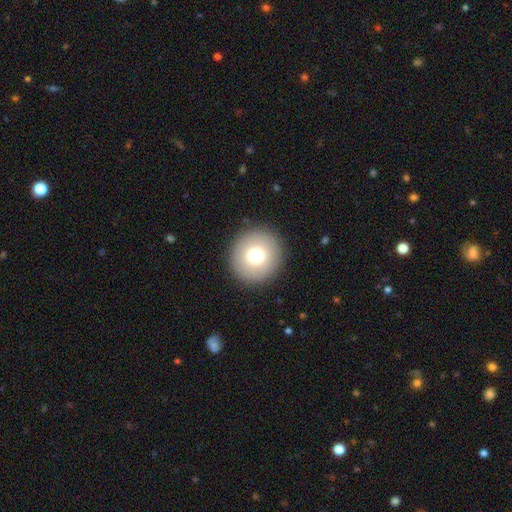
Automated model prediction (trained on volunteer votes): Smooth or featured: smooth — 76% (featured or disk — 14%)
How rounded: round — 95% (in between — 4%)
Merging: none — 91% (minor disturbance — 5%)